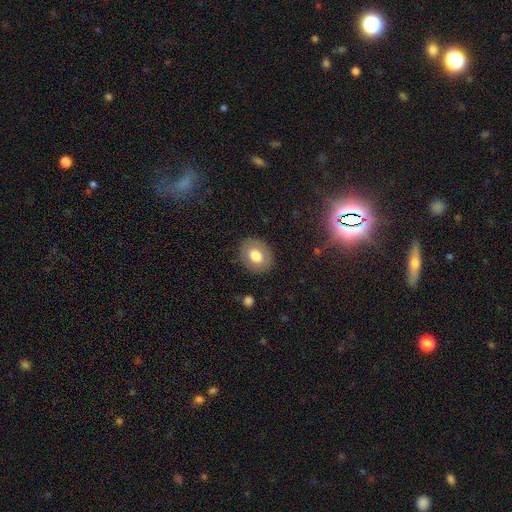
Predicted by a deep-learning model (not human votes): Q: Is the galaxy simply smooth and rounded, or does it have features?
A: smooth — 75%.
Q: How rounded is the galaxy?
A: in between — 50%.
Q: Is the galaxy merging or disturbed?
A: none — 86%.